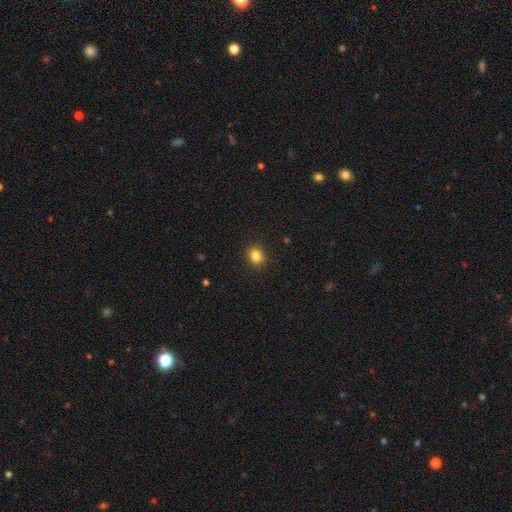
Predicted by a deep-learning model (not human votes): Smooth or featured: smooth — 84% (star or artifact — 11%)
How rounded: round — 55% (in between — 44%)
Merging: none — 89% (minor disturbance — 8%)